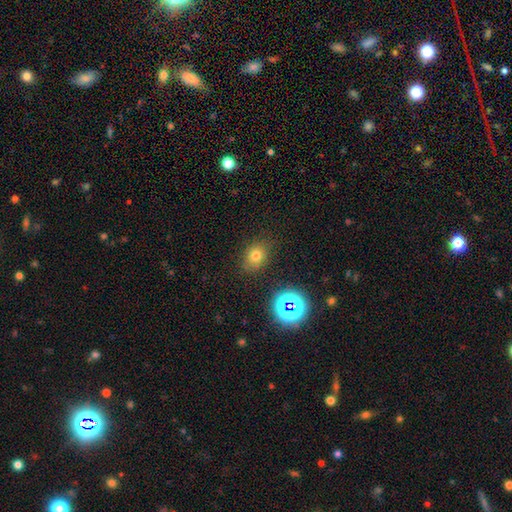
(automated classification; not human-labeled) smooth 71%, star or artifact 19%, featured or disk 10%. Down the decision tree: how rounded — round (50%); merging — none (80%).